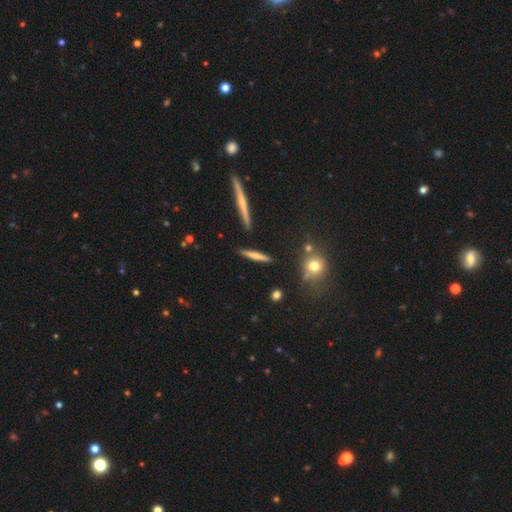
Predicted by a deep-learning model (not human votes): Overall: smooth (59%; featured or disk 33%). How rounded: cigar-shaped (91%). Merging: none (87%).